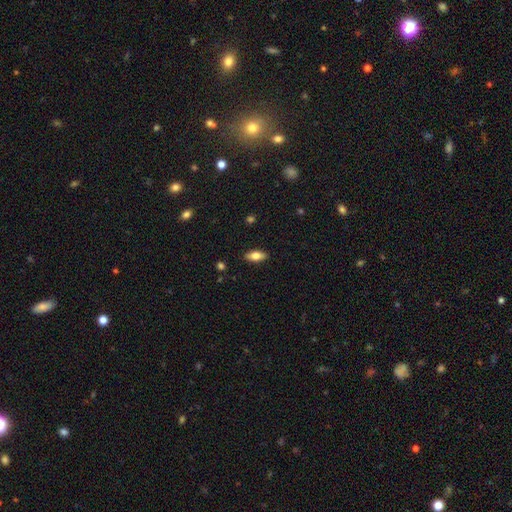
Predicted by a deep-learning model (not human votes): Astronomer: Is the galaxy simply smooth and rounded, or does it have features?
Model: smooth — 76%.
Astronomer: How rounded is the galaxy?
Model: in between — 85%.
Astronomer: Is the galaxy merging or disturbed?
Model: none — 88%.